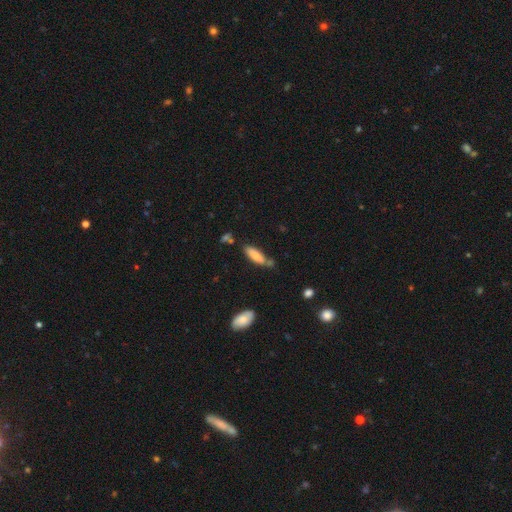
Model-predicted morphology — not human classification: smooth 78%, featured or disk 15%, star or artifact 7%. Down the decision tree: how rounded — cigar-shaped (51%); merging — none (58%).